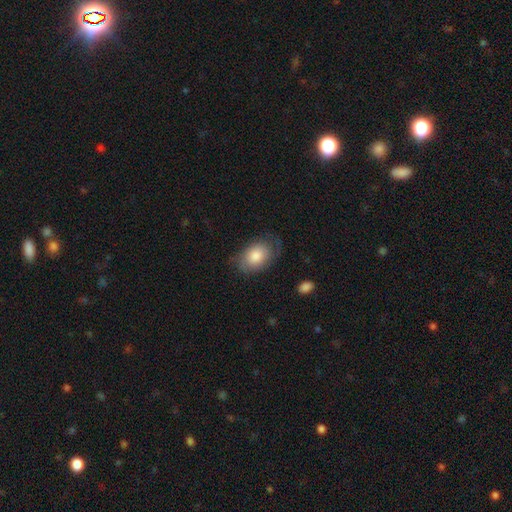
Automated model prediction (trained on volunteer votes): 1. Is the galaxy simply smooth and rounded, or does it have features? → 69% smooth, 24% featured or disk, 7% star or artifact.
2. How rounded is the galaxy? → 83% in between, 16% round, 1% cigar-shaped.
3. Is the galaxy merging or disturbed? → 62% none, 25% minor disturbance, 11% major disturbance, 1% merger.